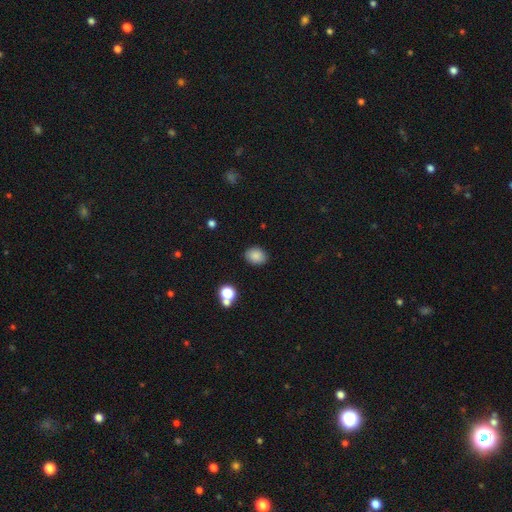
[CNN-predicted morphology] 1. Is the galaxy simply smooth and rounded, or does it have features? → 85% smooth, 10% star or artifact, 5% featured or disk.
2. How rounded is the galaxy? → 50% round, 49% in between, 1% cigar-shaped.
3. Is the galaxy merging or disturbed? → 86% none, 9% minor disturbance, 3% major disturbance, 2% merger.